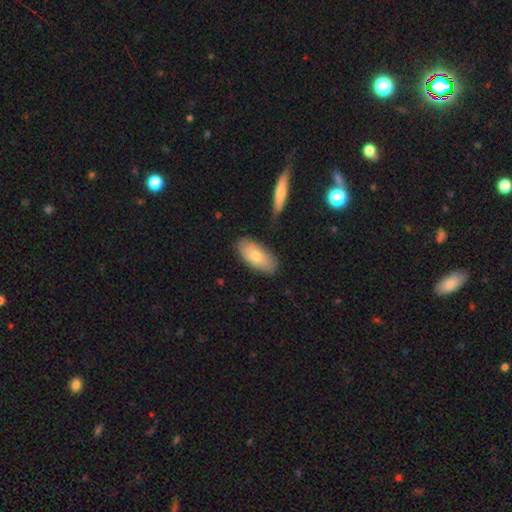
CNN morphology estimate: This is likely a smooth galaxy (72%). How rounded: clearly in between (89%). Merging: clearly none (81%).